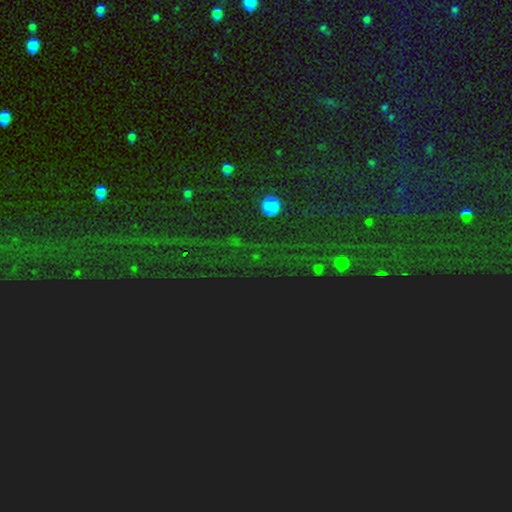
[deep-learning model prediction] star or artifact 84%, smooth 8%, featured or disk 8%.